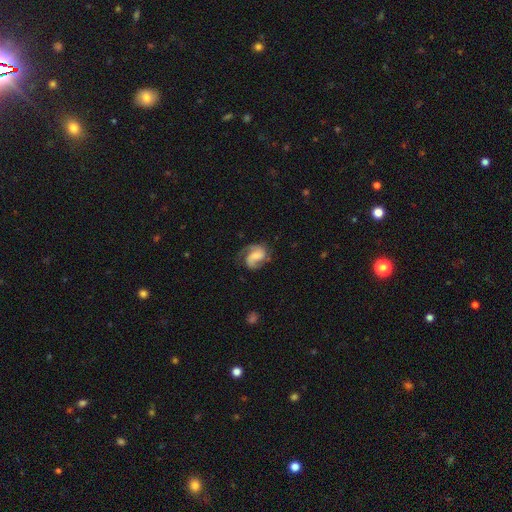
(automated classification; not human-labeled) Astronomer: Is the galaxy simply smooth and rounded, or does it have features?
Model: featured or disk — 81%.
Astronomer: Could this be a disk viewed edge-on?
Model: no — 98%.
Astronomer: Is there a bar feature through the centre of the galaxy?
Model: no — 50% (runner-up: weak, 40%).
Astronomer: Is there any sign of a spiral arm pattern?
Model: yes — 96%.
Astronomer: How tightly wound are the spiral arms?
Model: medium — 51%.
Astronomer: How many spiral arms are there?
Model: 2 — 81%.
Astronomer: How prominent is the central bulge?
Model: small — 42% (runner-up: moderate, 34%).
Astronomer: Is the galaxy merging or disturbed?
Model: none — 65%.